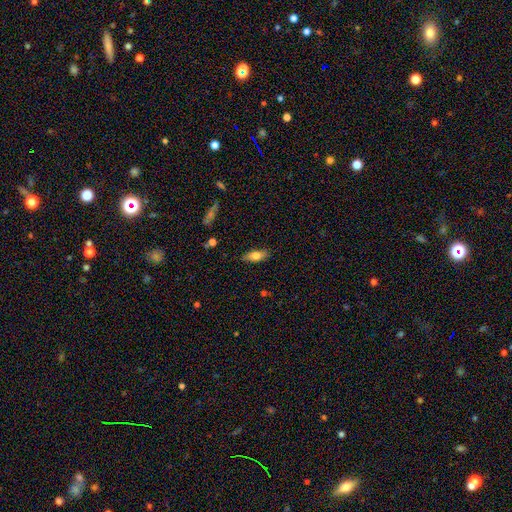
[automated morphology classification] Smooth or featured?
  - smooth: 68% *
  - featured or disk: 24%
  - star or artifact: 7%
How rounded?
  - in between: 69% *
  - cigar-shaped: 28%
  - round: 3%
Merging?
  - none: 84% *
  - minor disturbance: 12%
  - major disturbance: 2%
  - merger: 1%